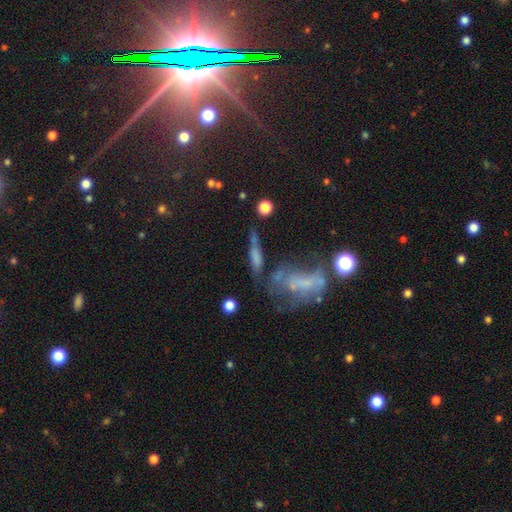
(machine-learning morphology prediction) The model was most divided on "merging": none: 41%, merger: 24%, minor disturbance: 18%, major disturbance: 16%. More confident: how rounded — cigar-shaped (63%); smooth or featured — smooth (53%).